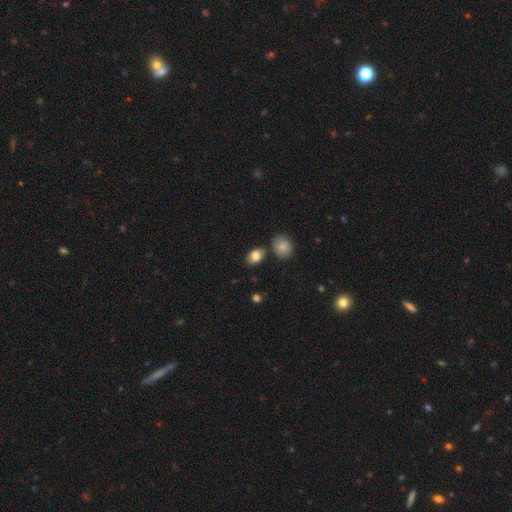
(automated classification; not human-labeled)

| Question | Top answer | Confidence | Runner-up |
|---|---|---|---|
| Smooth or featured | smooth | 84% | star or artifact (9%) |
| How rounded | in between | 78% | round (21%) |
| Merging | none | 74% | minor disturbance (13%) |